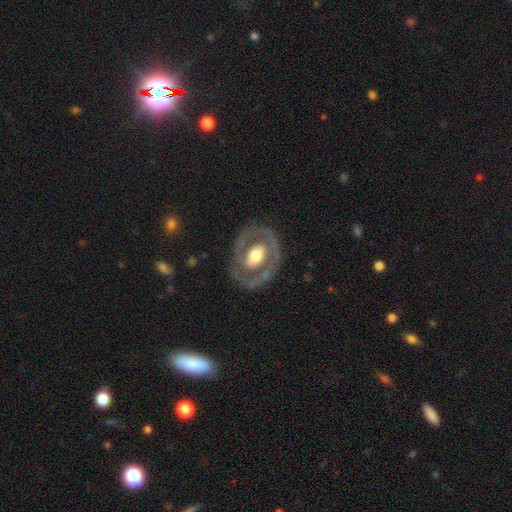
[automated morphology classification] Overall: featured or disk (64%; smooth 31%). Edge-on disk: no (95%). Bar: no (62%; weak 24%). Spiral arms: no (71%). Bulge size: moderate (52%; large 36%). Merging: none (76%).